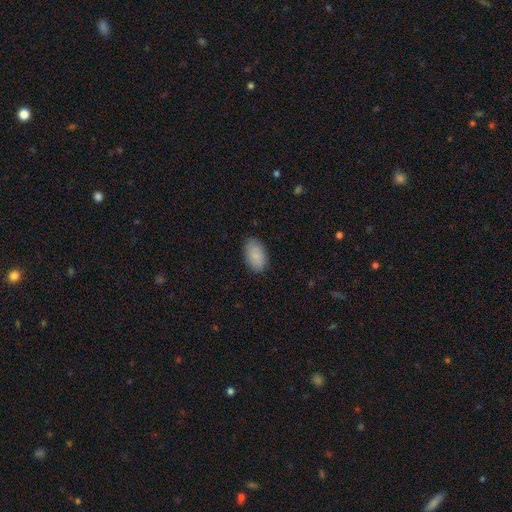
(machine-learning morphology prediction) Smooth or featured: smooth — 86% (featured or disk — 8%)
How rounded: in between — 93% (round — 5%)
Merging: none — 87% (minor disturbance — 10%)